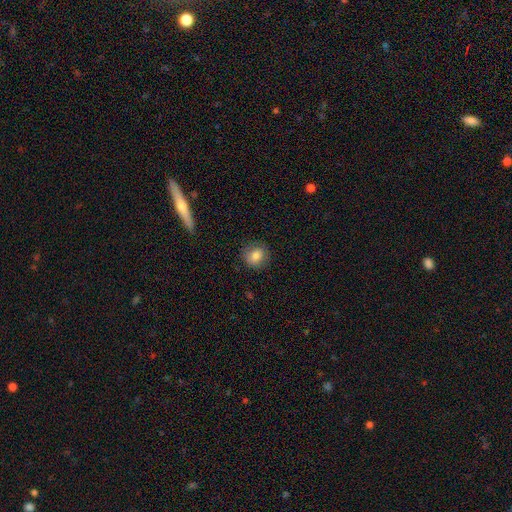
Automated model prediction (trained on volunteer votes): Smooth or featured?
  - smooth: 81% *
  - star or artifact: 9%
  - featured or disk: 9%
How rounded?
  - round: 82% *
  - in between: 17%
  - cigar-shaped: 1%
Merging?
  - none: 84% *
  - minor disturbance: 12%
  - major disturbance: 3%
  - merger: 1%